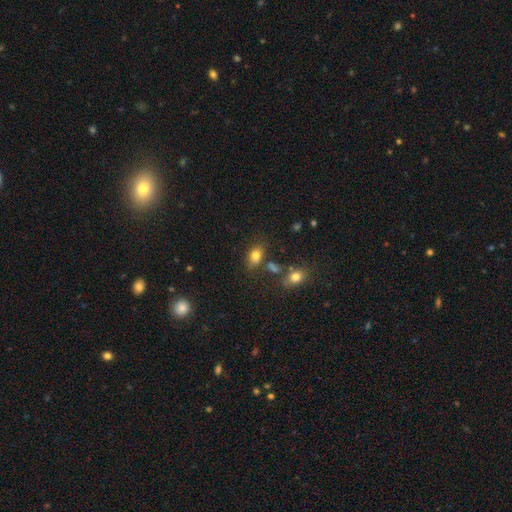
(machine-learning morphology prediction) Smooth or featured?
  - smooth: 79% *
  - star or artifact: 12%
  - featured or disk: 9%
How rounded?
  - in between: 76% *
  - round: 22%
  - cigar-shaped: 2%
Merging?
  - none: 69% *
  - minor disturbance: 16%
  - merger: 10%
  - major disturbance: 5%